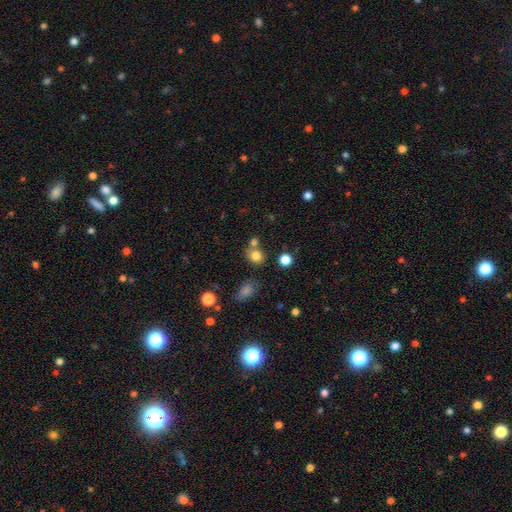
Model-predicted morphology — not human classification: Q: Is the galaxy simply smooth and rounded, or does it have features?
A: smooth — 79%.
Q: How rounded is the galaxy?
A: round — 75%.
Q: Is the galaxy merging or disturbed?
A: none — 60%.